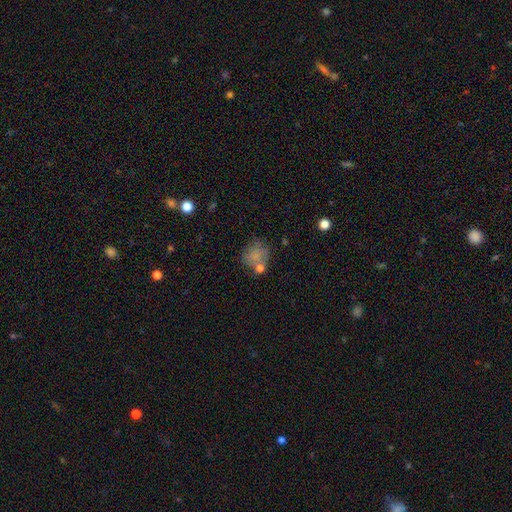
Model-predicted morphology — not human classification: smooth_or_featured: smooth (p=0.74) [alt: featured or disk p=0.15]
how_rounded: round (p=0.71) [alt: in between p=0.28]
merging: none (p=0.52) [alt: minor disturbance p=0.20]